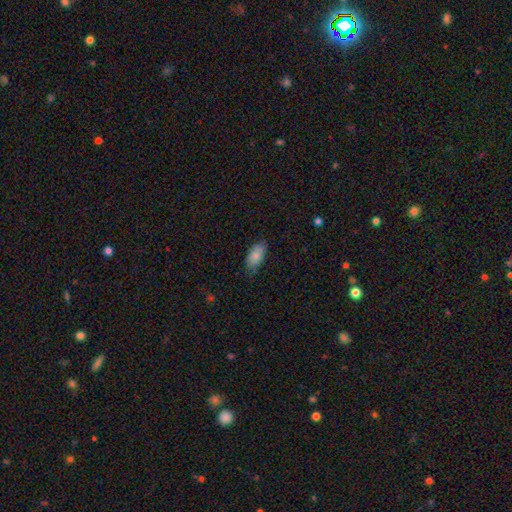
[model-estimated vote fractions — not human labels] smooth_or_featured: smooth (p=0.84) [alt: featured or disk p=0.10]
how_rounded: in between (p=0.93) [alt: cigar-shaped p=0.04]
merging: none (p=0.72) [alt: minor disturbance p=0.23]